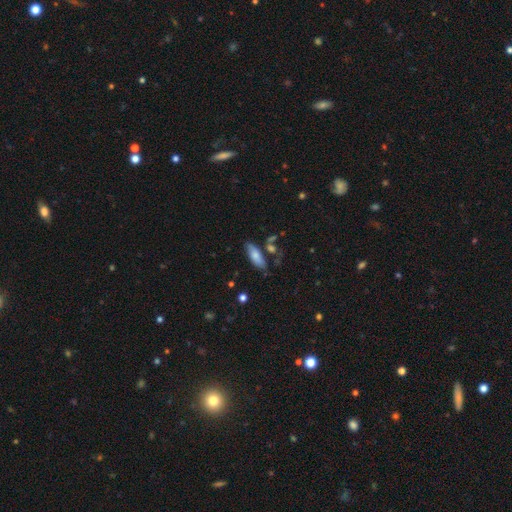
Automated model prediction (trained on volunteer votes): Q: Smooth or featured?
A: smooth (73%); runner-up: featured or disk (20%)
Q: How rounded?
A: in between (70%); runner-up: cigar-shaped (28%)
Q: Merging?
A: none (67%); runner-up: minor disturbance (19%)